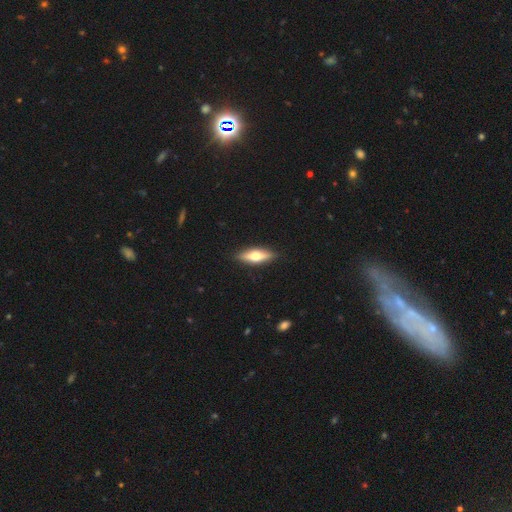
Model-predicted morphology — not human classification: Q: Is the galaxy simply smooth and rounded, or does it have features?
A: featured or disk — 50%.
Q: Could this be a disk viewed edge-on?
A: yes — 90%.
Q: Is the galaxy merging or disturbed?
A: none — 89%.